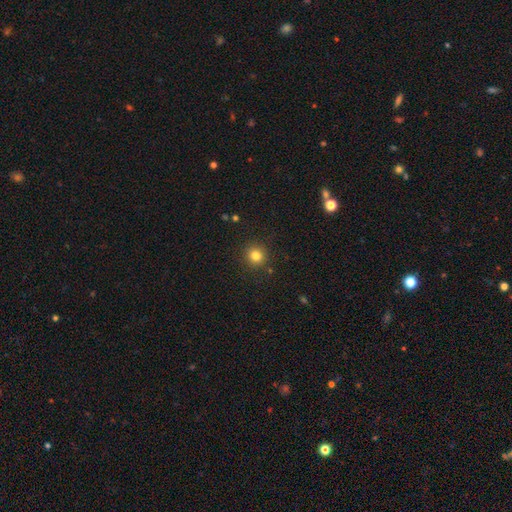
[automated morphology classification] Smooth or featured? smooth (81%)
How rounded? round (94%)
Merging? none (90%)